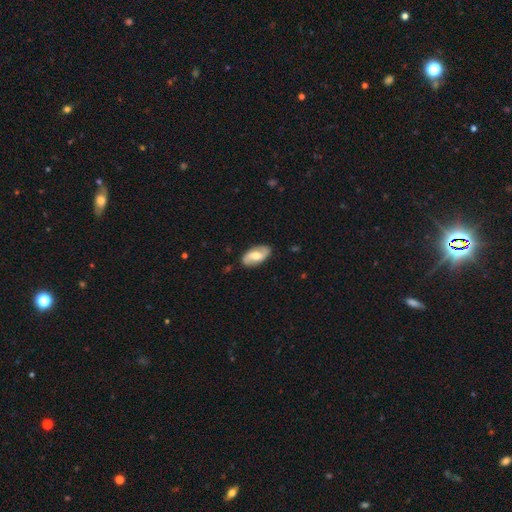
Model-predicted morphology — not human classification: Overall: featured or disk (63%; smooth 31%). Edge-on disk: no (94%). Bar: weak (42%; no 40%). Spiral arms: yes (86%). Spiral arm count: 2 (90%). Spiral winding: loose (51%; medium 33%). Bulge size: moderate (67%). Merging: none (86%).